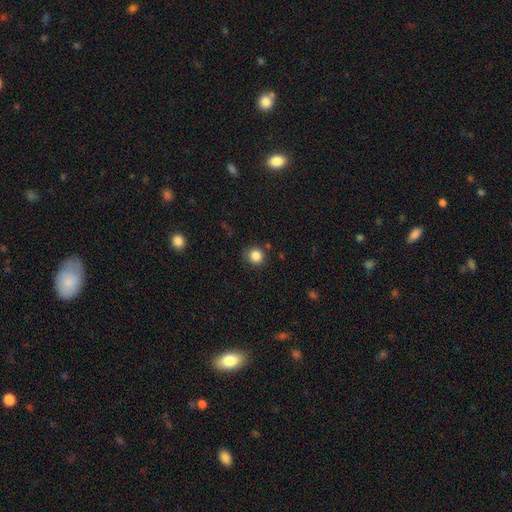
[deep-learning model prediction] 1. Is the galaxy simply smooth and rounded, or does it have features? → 85% smooth, 11% star or artifact, 4% featured or disk.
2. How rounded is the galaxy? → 91% round, 8% in between, 1% cigar-shaped.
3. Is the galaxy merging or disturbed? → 82% none, 12% minor disturbance, 3% major disturbance, 3% merger.